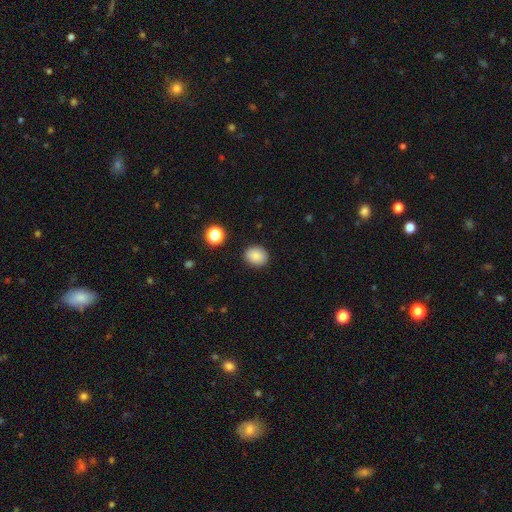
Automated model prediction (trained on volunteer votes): This appears to be a smooth galaxy with no disk features (86%) that is round (64%). Merging: none (89%).